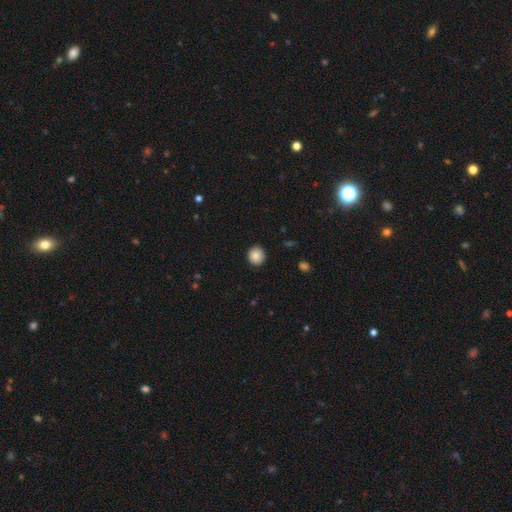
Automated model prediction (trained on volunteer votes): Smooth or featured? Predicted: smooth (p=0.84). How rounded? Predicted: round (p=0.88). Merging? Predicted: none (p=0.90).